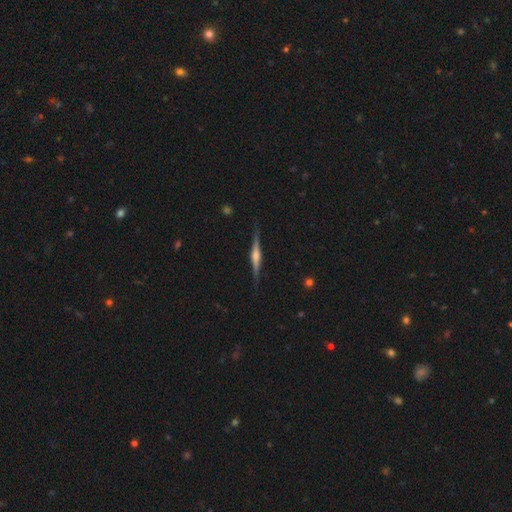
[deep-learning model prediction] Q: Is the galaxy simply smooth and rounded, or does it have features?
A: featured or disk — 79%.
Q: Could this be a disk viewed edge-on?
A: yes — 98%.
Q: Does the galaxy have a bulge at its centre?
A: rounded — 77%.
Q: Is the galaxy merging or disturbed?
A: none — 88%.